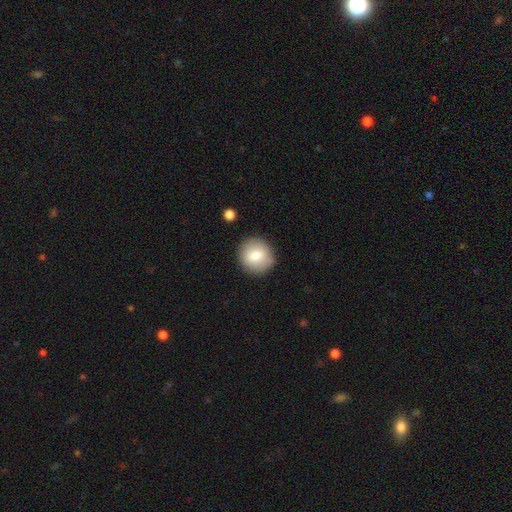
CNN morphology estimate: smooth_or_featured: smooth (p=0.78) [alt: featured or disk p=0.14]
how_rounded: round (p=0.90) [alt: in between p=0.09]
merging: none (p=0.86) [alt: minor disturbance p=0.09]